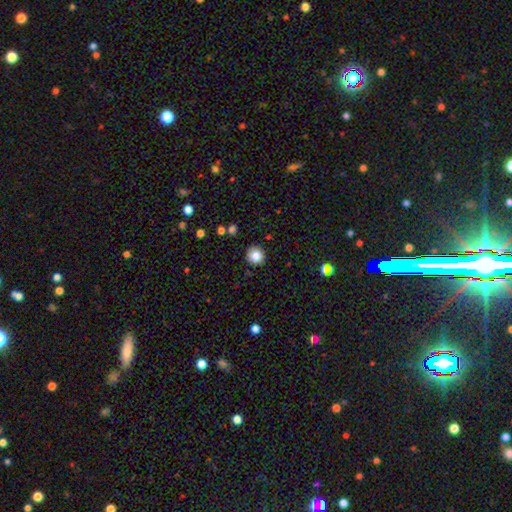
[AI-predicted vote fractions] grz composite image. It shows a smooth galaxy with no disk features (83%) that is round (93%). Merging: none (91%).